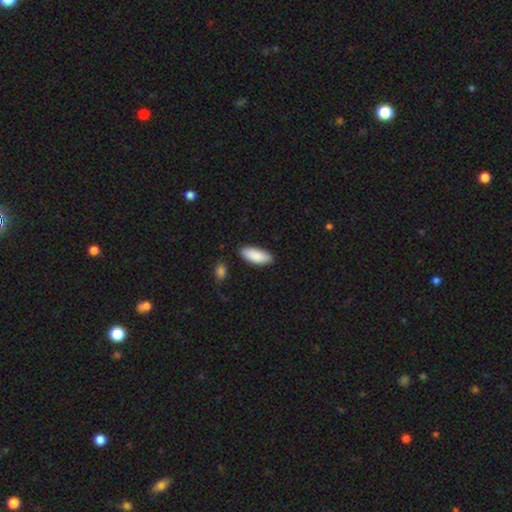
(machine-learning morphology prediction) smooth_or_featured: smooth (p=0.89) [alt: featured or disk p=0.05]
how_rounded: in between (p=0.79) [alt: cigar-shaped p=0.19]
merging: none (p=0.85) [alt: minor disturbance p=0.10]